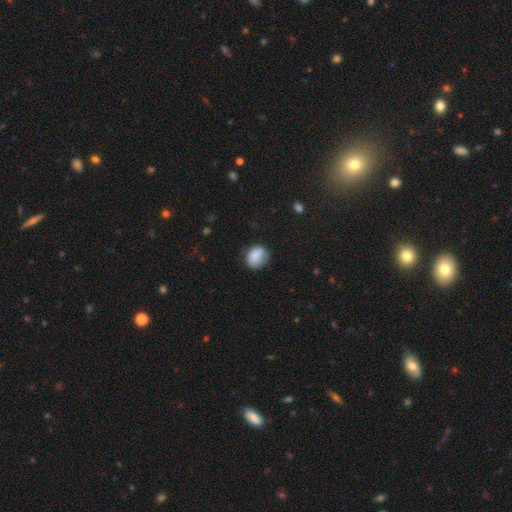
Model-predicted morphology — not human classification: This appears to be a smooth galaxy with no disk features (82%) that is round (61%). Merging: none (64%).